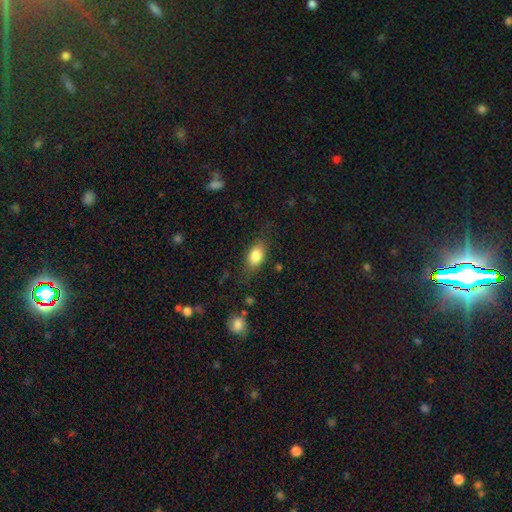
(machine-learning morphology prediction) smooth_or_featured: smooth (p=0.83) [alt: featured or disk p=0.10]
how_rounded: in between (p=0.85) [alt: round p=0.09]
merging: none (p=0.74) [alt: minor disturbance p=0.17]